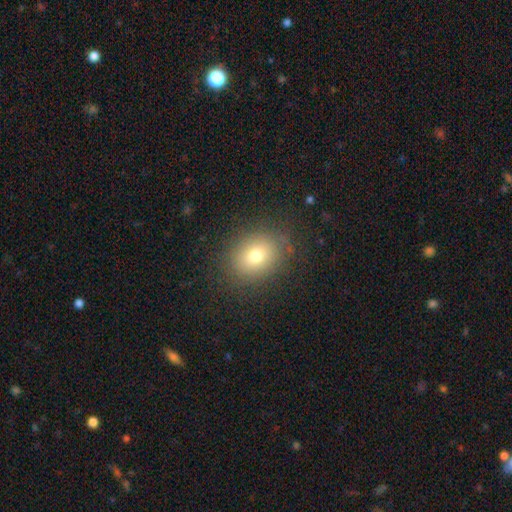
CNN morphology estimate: type=smooth (74%); roundness=in between (50%); merging=none (85%).